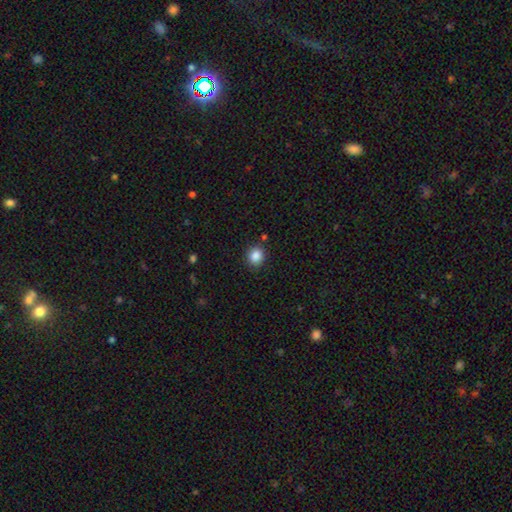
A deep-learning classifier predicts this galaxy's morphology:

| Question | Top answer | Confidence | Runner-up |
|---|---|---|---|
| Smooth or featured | smooth | 86% | star or artifact (10%) |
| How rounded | round | 77% | in between (22%) |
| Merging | none | 85% | minor disturbance (9%) |